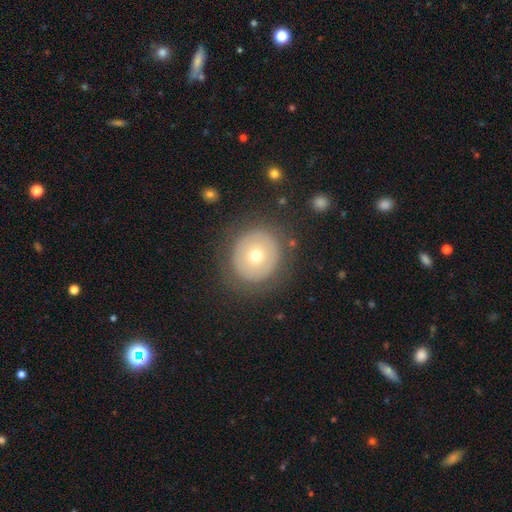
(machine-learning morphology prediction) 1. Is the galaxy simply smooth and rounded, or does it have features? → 56% smooth, 35% featured or disk, 9% star or artifact.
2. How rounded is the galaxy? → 90% round, 9% in between, 1% cigar-shaped.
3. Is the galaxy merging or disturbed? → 83% none, 10% minor disturbance, 6% major disturbance, 1% merger.